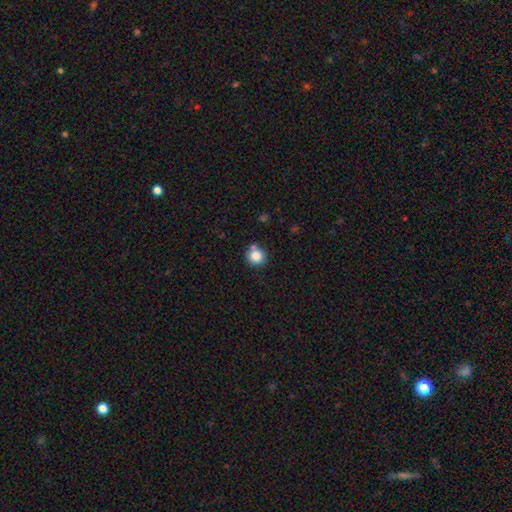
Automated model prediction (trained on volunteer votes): smooth_or_featured: smooth (p=0.84) [alt: star or artifact p=0.10]
how_rounded: round (p=0.91) [alt: in between p=0.08]
merging: none (p=0.68) [alt: merger p=0.17]